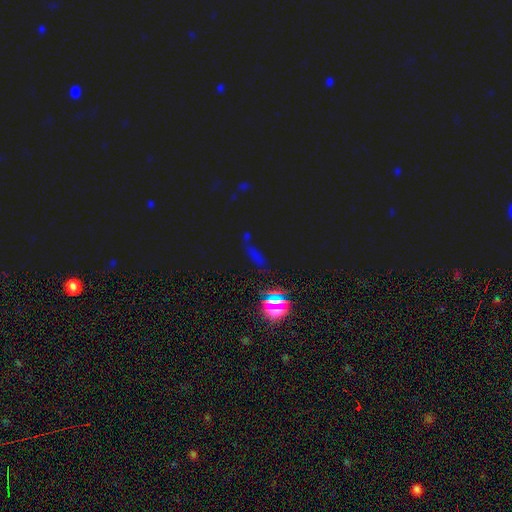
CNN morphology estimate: Overall: star or artifact (65%; smooth 25%).